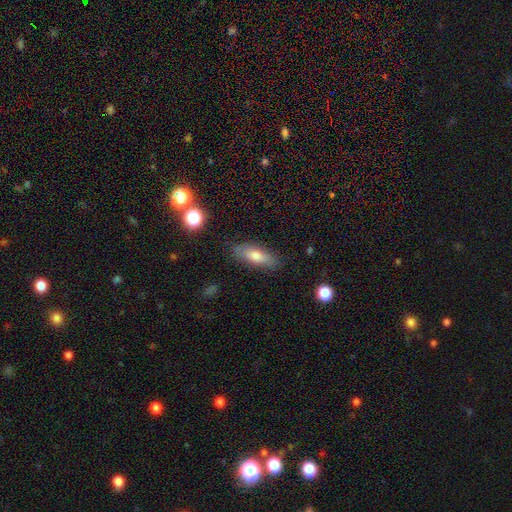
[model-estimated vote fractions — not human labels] Smooth or featured?
  - smooth: 70% *
  - featured or disk: 22%
  - star or artifact: 8%
How rounded?
  - in between: 60% *
  - cigar-shaped: 37%
  - round: 3%
Merging?
  - none: 83% *
  - minor disturbance: 13%
  - major disturbance: 3%
  - merger: 2%